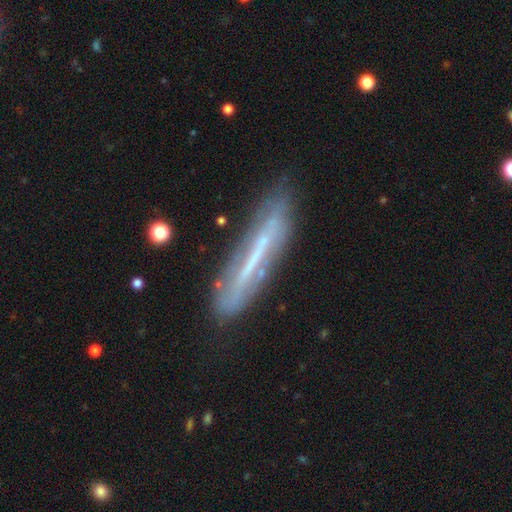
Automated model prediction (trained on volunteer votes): A featured or disk galaxy (65%) viewed edge-on (64%). Merging: none (71%).